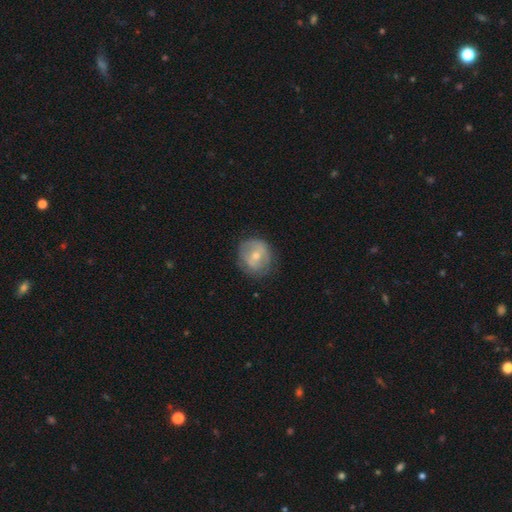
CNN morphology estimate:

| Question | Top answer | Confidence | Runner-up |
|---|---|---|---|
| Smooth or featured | smooth | 50% | featured or disk (42%) |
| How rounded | round | 82% | in between (17%) |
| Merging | none | 72% | minor disturbance (20%) |